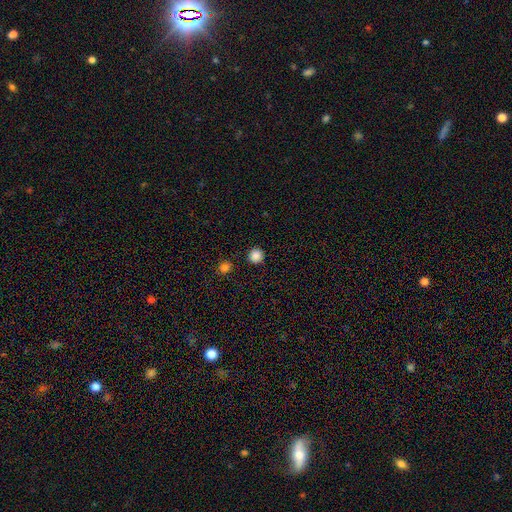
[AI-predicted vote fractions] Q: Smooth or featured?
A: smooth (86%); runner-up: star or artifact (11%)
Q: How rounded?
A: round (95%); runner-up: in between (4%)
Q: Merging?
A: none (91%); runner-up: minor disturbance (5%)